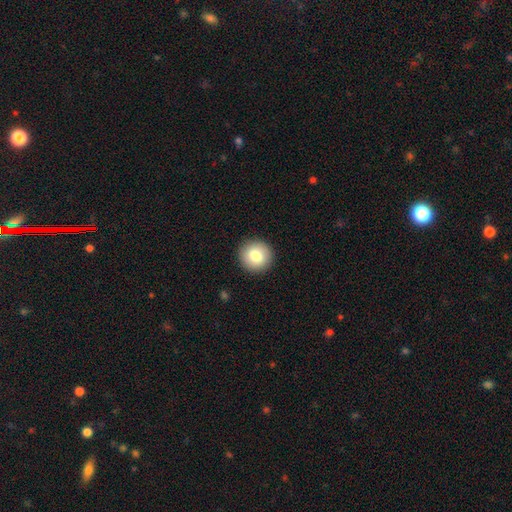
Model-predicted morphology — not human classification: smooth_or_featured: smooth (p=0.81) [alt: featured or disk p=0.11]
how_rounded: round (p=0.93) [alt: in between p=0.06]
merging: none (p=0.92) [alt: minor disturbance p=0.06]